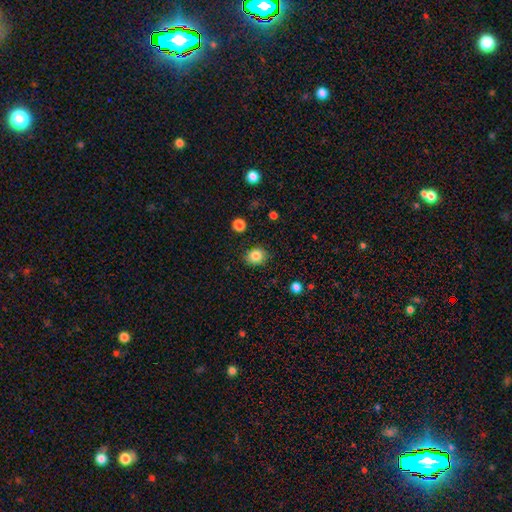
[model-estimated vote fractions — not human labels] Overall: smooth (84%). How rounded: round (73%). Merging: none (86%).